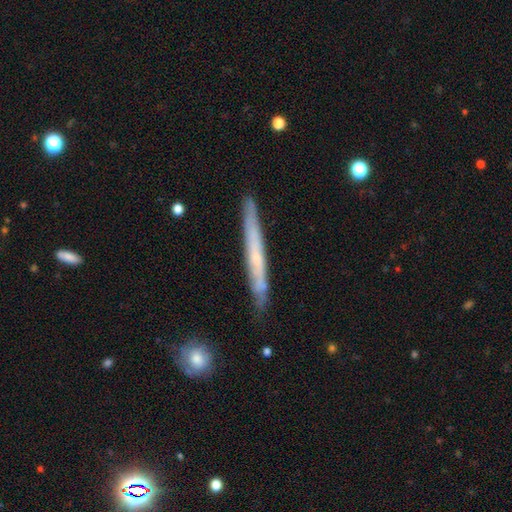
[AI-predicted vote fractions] The model was most divided on "smooth or featured": featured or disk: 56%, smooth: 39%, star or artifact: 6%. More confident: edge-on disk — yes (90%); merging — none (83%); edge-on bulge — none (72%).